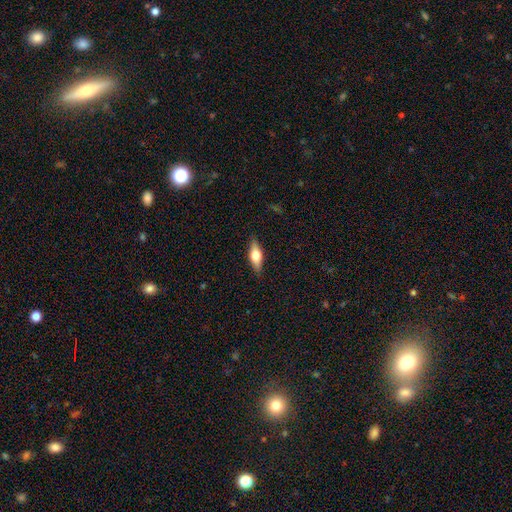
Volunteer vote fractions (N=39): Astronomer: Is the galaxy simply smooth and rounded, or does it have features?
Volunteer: featured or disk — 51% (runner-up: smooth, 44%).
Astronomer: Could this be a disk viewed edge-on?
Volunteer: yes — 95%.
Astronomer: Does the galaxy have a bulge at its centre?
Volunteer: rounded — 100%.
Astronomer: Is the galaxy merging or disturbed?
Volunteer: none — 86%.